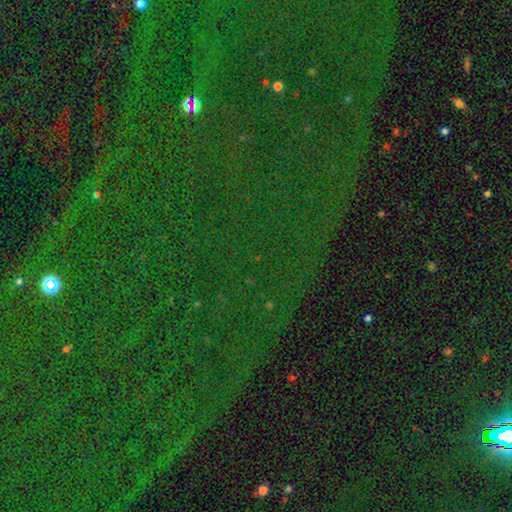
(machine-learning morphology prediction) A star or artifact, not a galaxy (84%).

Vote fractions:
- Smooth or featured? star or artifact: 84% / smooth: 8% / featured or disk: 7%